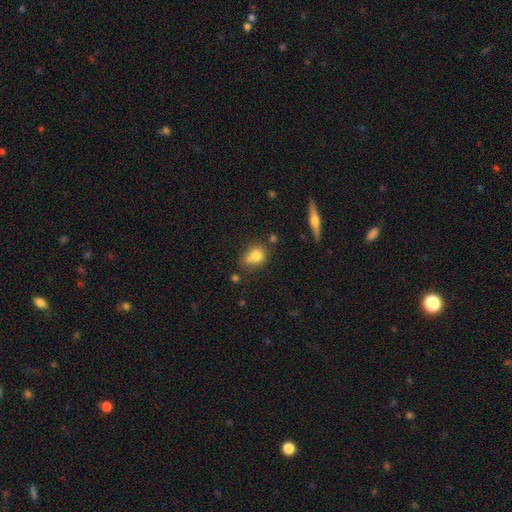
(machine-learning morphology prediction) smooth-or-featured: smooth: 75% | featured or disk: 14% | star or artifact: 11%
  how-rounded: round: 67% | in between: 31% | cigar-shaped: 2%
  merging: none: 46% | merger: 32% | minor disturbance: 16% | major disturbance: 6%